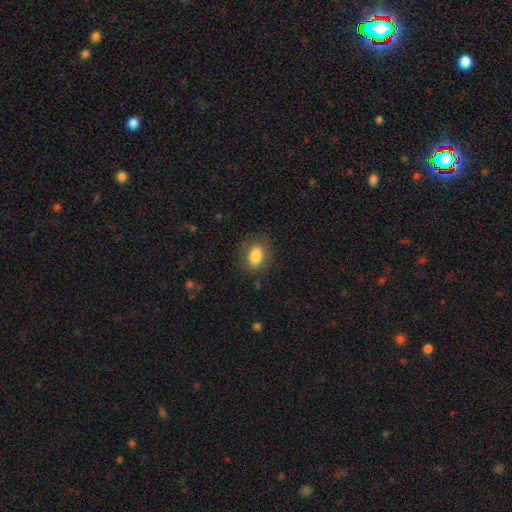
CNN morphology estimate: A smooth galaxy with no disk features (82%) that is in between round and cigar-shaped (77%).

Vote fractions:
- Smooth or featured? smooth: 82% / featured or disk: 10% / star or artifact: 8%
- How rounded? in between: 77% / round: 21% / cigar-shaped: 2%
- Merging? none: 80% / minor disturbance: 14% / major disturbance: 5% / merger: 1%